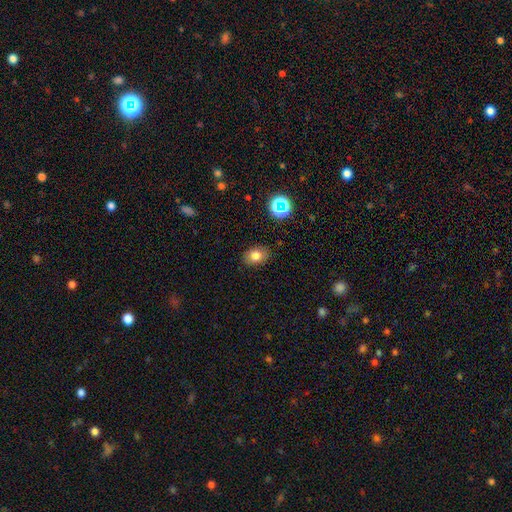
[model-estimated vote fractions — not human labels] smooth 77%, star or artifact 13%, featured or disk 10%. Down the decision tree: how rounded — in between (70%); merging — none (85%).